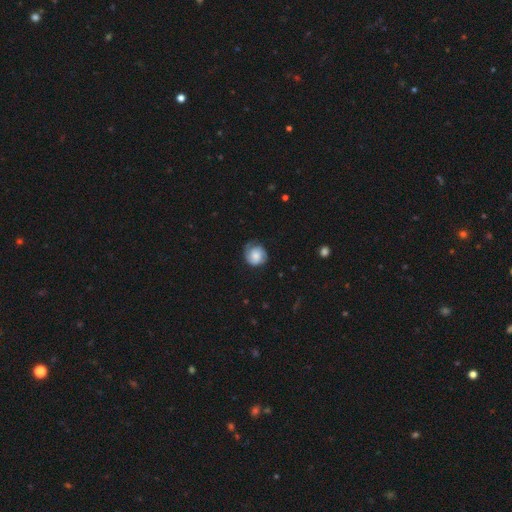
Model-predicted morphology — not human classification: This appears to be a smooth galaxy with no disk features (47%). Merging: none (67%).